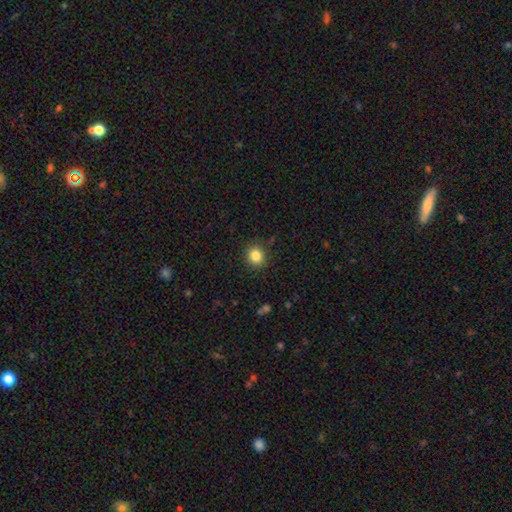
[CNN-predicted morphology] A smooth galaxy with no disk features (84%) that is round (83%). Merging: none (89%).